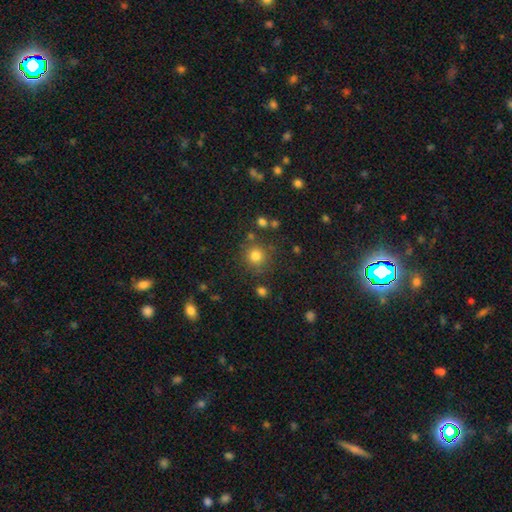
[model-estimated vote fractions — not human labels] A smooth galaxy with no disk features (81%) that is round (92%).

Vote fractions:
- Smooth or featured? smooth: 81% / star or artifact: 13% / featured or disk: 6%
- How rounded? round: 92% / in between: 7% / cigar-shaped: 1%
- Merging? none: 81% / minor disturbance: 10% / merger: 6% / major disturbance: 4%